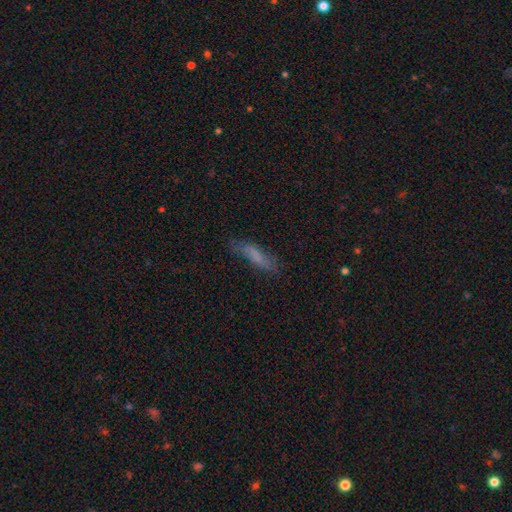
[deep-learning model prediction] This appears to be a smooth galaxy with no disk features (67%) that is cigar-shaped (68%). Merging: none (68%).